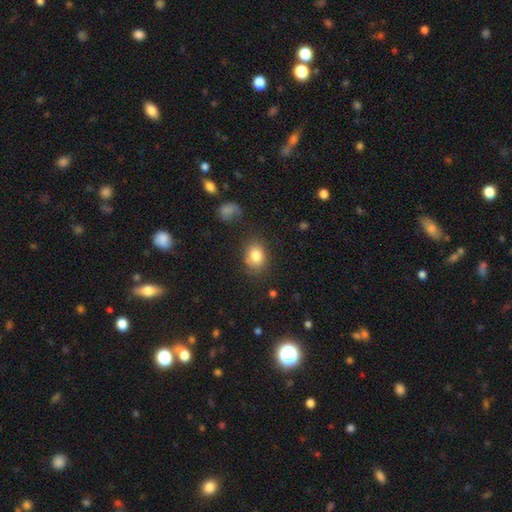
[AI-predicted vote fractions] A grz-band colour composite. It shows a smooth galaxy with no disk features (83%) that is in between round and cigar-shaped (61%). Merging: none (75%).